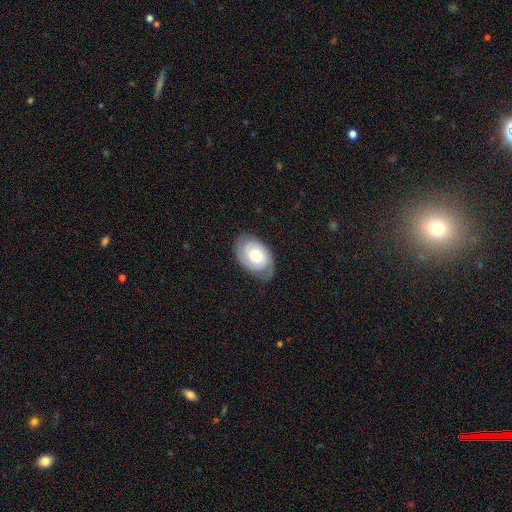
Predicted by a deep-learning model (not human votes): The model was most divided on "bulge size": moderate: 48%, large: 26%, small: 18%, dominant: 4%, none: 4%. More confident: edge-on disk — no (96%); spiral arms — yes (87%); bar — no (75%); merging — none (72%); spiral winding — tight (63%); smooth or featured — featured or disk (61%); spiral arm count — 2 (60%).